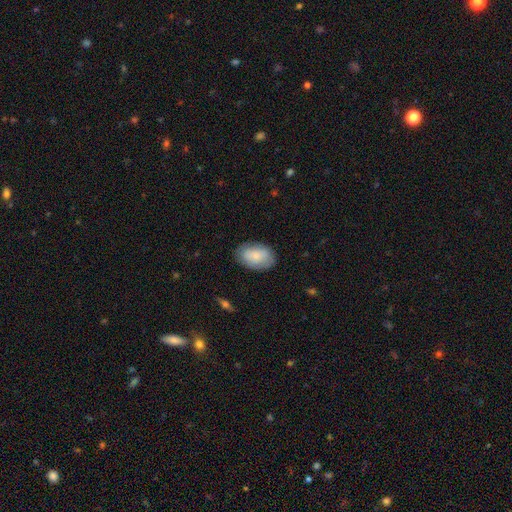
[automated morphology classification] Smooth or featured: smooth — 76% (featured or disk — 18%)
How rounded: in between — 90% (round — 9%)
Merging: none — 80% (minor disturbance — 16%)